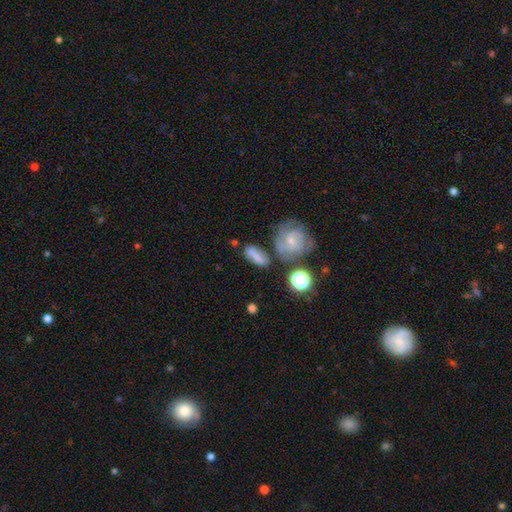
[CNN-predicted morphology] Q: Smooth or featured?
A: smooth (60%); runner-up: featured or disk (29%)
Q: How rounded?
A: in between (64%); runner-up: cigar-shaped (21%)
Q: Merging?
A: none (62%); runner-up: minor disturbance (18%)